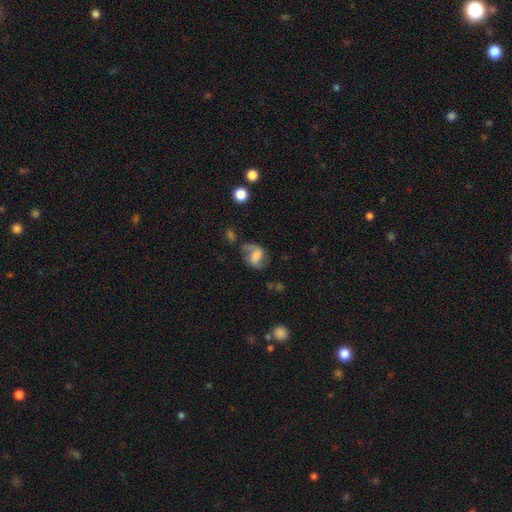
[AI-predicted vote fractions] A featured or disk galaxy (60%) with a weak bar (42%), 2 (84%) loose (46%) spiral arms (87%) and no central bulge (30%). Merging: none (55%).